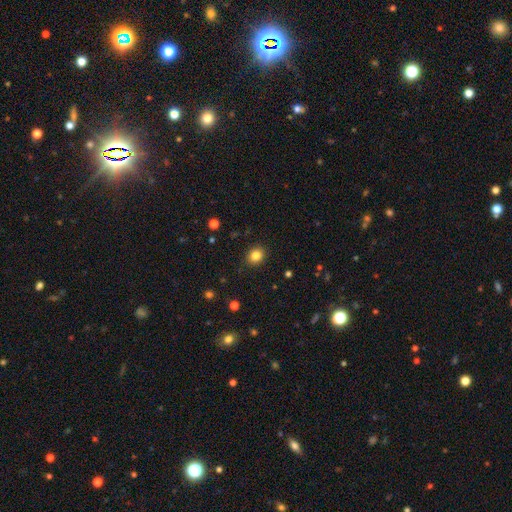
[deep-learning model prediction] Smooth or featured? Predicted: smooth (p=0.84). How rounded? Predicted: round (p=0.68). Merging? Predicted: none (p=0.89).